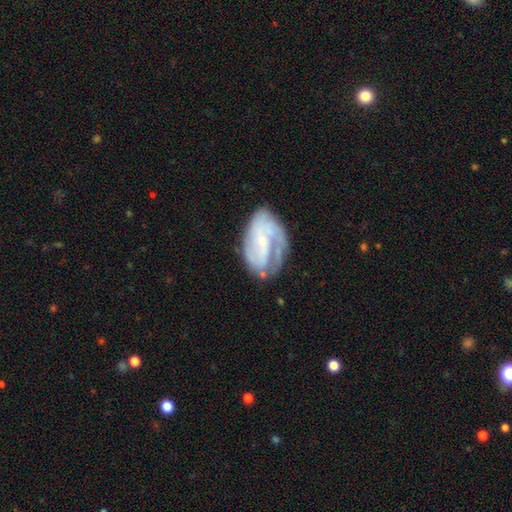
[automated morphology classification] Smooth or featured?
  - featured or disk: 75% *
  - smooth: 19%
  - star or artifact: 6%
Edge-on disk?
  - no: 97% *
  - yes: 3%
Bar?
  - no: 50% *
  - weak: 38%
  - strong: 12%
Spiral arms?
  - yes: 88% *
  - no: 12%
Spiral winding?
  - tight: 42% *
  - medium: 39%
  - loose: 19%
Spiral arm count?
  - 2: 37% *
  - can't tell: 23%
  - 1: 21%
  - 3: 13%
  - 4: 3%
  - more than 4: 3%
Bulge size?
  - small: 65% *
  - moderate: 19%
  - none: 12%
  - large: 3%
  - dominant: 1%
Merging?
  - none: 48% *
  - minor disturbance: 24%
  - major disturbance: 22%
  - merger: 6%